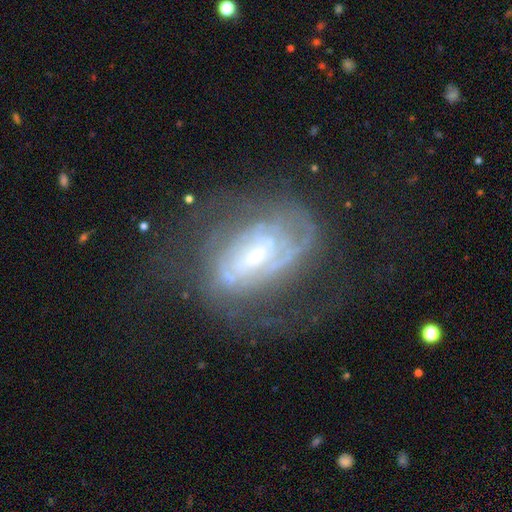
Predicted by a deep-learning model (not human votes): Overall: featured or disk (78%). Edge-on disk: no (95%). Bar: weak (41%; no 40%). Spiral arms: yes (77%). Spiral arm count: can't tell (49%; 2 26%). Spiral winding: tight (52%; medium 33%). Bulge size: small (60%; moderate 32%). Merging: none (48%; major disturbance 29%).